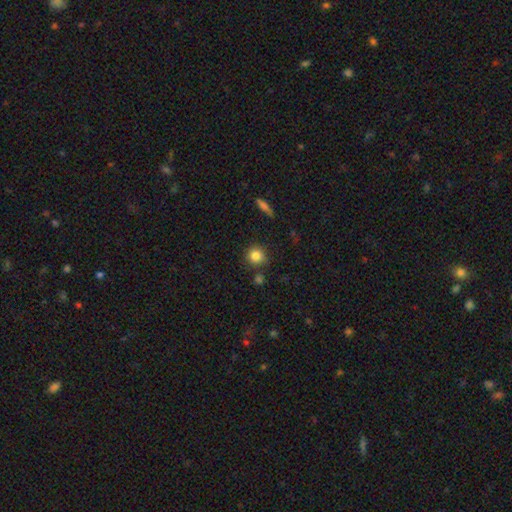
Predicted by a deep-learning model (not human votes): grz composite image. It shows a smooth galaxy with no disk features (84%) that is round (90%). Merging: none (82%).